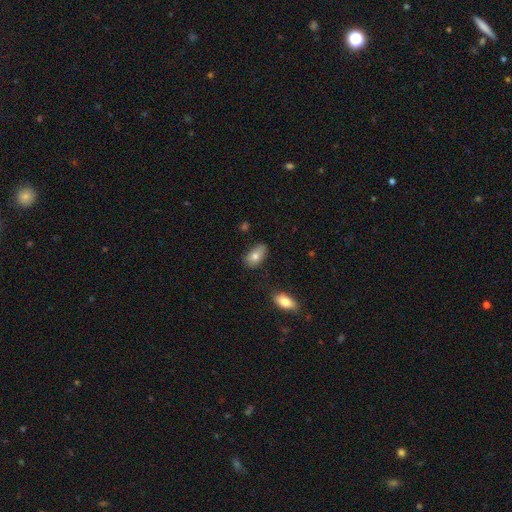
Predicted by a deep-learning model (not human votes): Smooth or featured? Predicted: smooth (p=0.77). How rounded? Predicted: in between (p=0.92). Merging? Predicted: none (p=0.71).